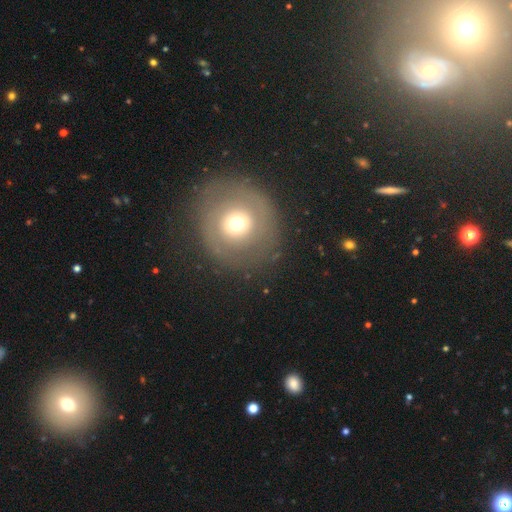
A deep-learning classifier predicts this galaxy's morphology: Overall: featured or disk (44%; smooth 37%). Merging: none (84%).